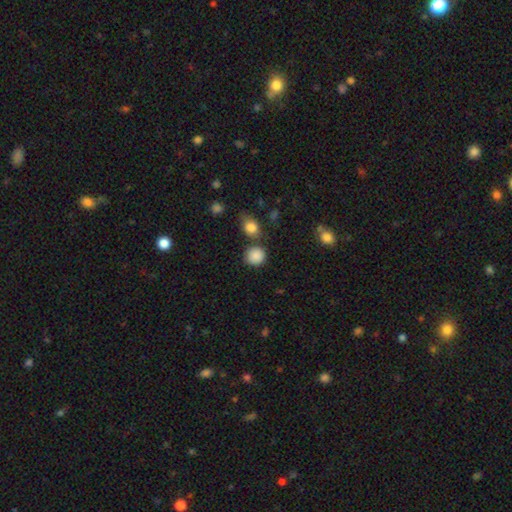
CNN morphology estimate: The model was most divided on "merging": none: 73%, minor disturbance: 13%, merger: 10%, major disturbance: 4%. More confident: smooth or featured — smooth (87%); how rounded — round (86%).